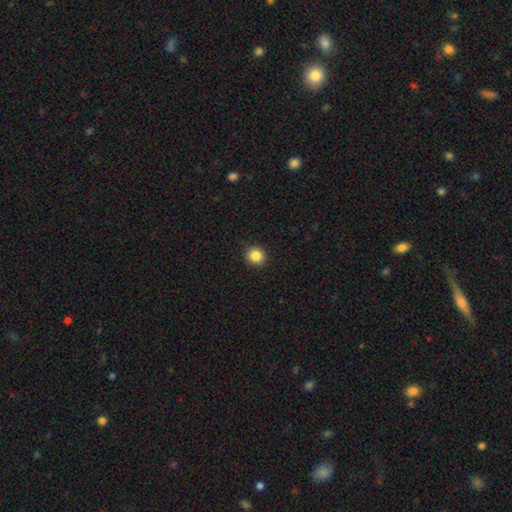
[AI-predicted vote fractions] A smooth galaxy with no disk features (86%) that is round (89%). Merging: none (92%).